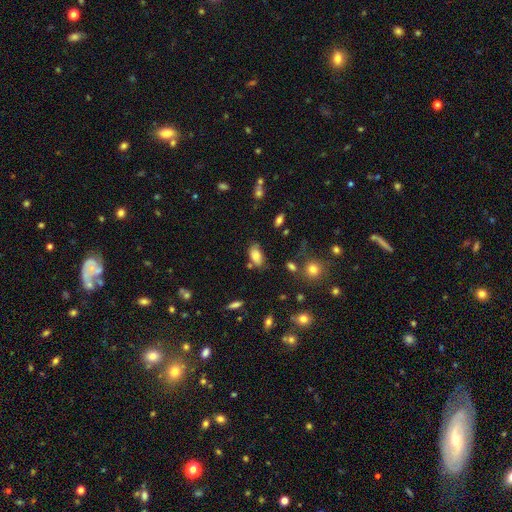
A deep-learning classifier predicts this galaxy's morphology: Smooth or featured? smooth (77%)
How rounded? in between (92%)
Merging? none (66%)